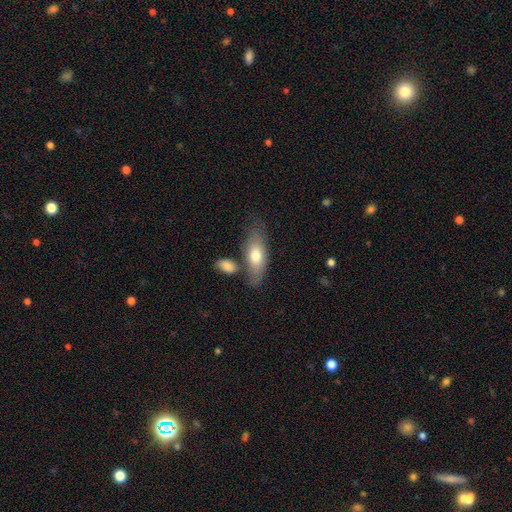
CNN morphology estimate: The model was most divided on "merging": none: 62%, minor disturbance: 17%, merger: 15%, major disturbance: 5%. More confident: how rounded — in between (76%); smooth or featured — smooth (70%).